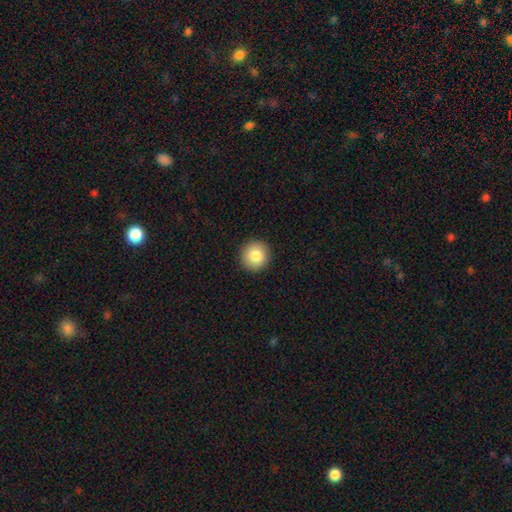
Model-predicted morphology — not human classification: Smooth or featured? smooth (84%)
How rounded? round (94%)
Merging? none (93%)